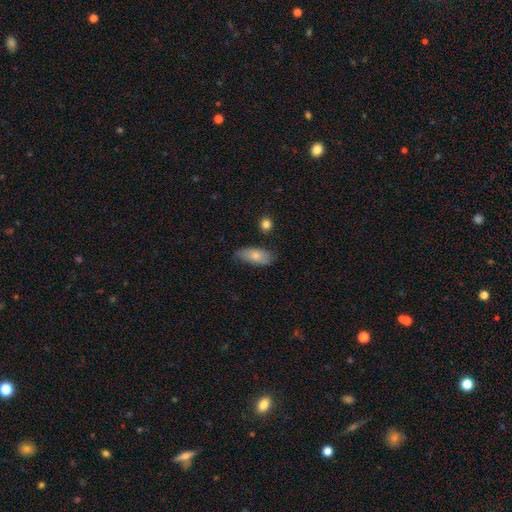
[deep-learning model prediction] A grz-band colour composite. It shows a smooth galaxy with no disk features (78%) that is in between round and cigar-shaped (86%). Merging: none (71%).